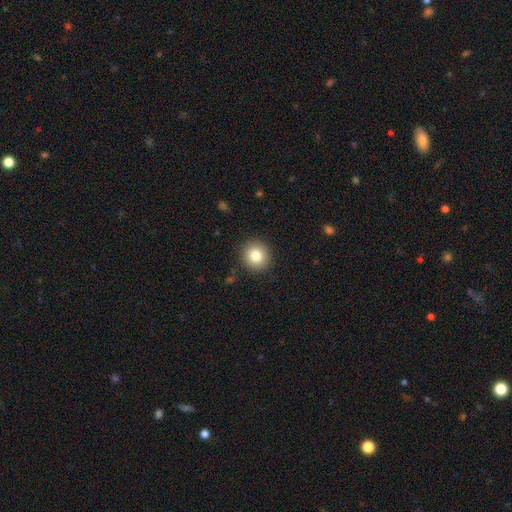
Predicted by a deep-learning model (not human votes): Smooth or featured?
  - smooth: 83% *
  - star or artifact: 10%
  - featured or disk: 8%
How rounded?
  - round: 90% *
  - in between: 10%
  - cigar-shaped: 1%
Merging?
  - none: 90% *
  - minor disturbance: 7%
  - major disturbance: 2%
  - merger: 1%